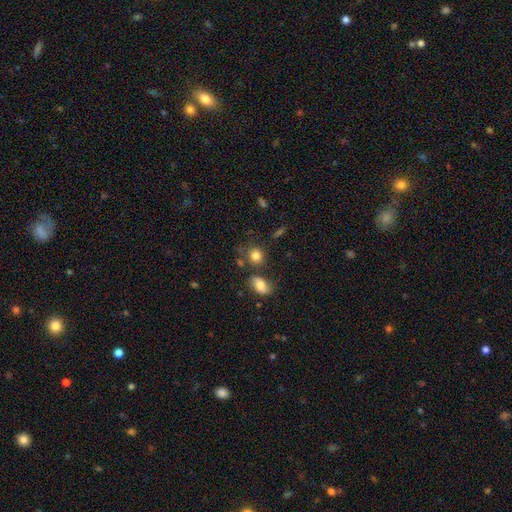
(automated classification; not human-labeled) smooth-or-featured: smooth: 82% | star or artifact: 10% | featured or disk: 8%
  how-rounded: round: 75% | in between: 24% | cigar-shaped: 1%
  merging: none: 66% | minor disturbance: 16% | merger: 12% | major disturbance: 6%